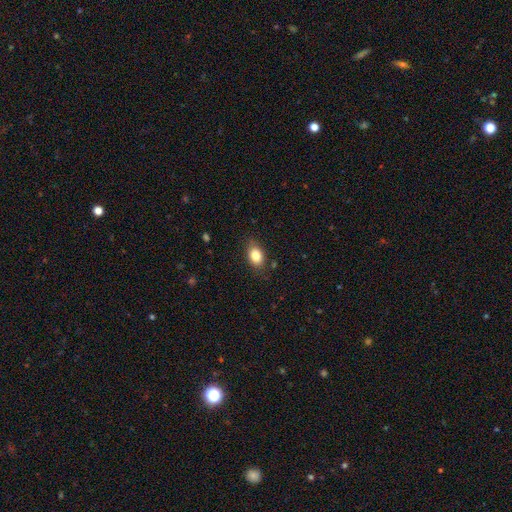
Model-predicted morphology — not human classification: The model was most divided on "how rounded": in between: 81%, round: 17%, cigar-shaped: 2%. More confident: smooth or featured — smooth (84%); merging — none (81%).